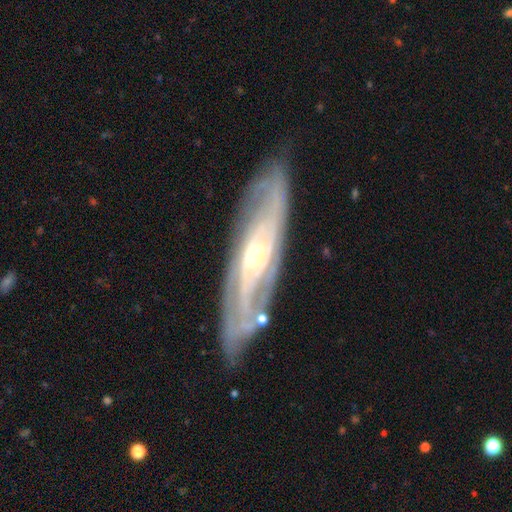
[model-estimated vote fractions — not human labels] A featured or disk galaxy (83%) with no bar (55%), tight (56%) spiral arms (92%) and a small central bulge (51%).

Vote fractions:
- Smooth or featured? featured or disk: 83% / smooth: 11% / star or artifact: 6%
- Edge-on disk? no: 74% / yes: 26%
- Bar? no: 55% / weak: 33% / strong: 12%
- Spiral arms? yes: 92% / no: 8%
- Spiral winding? tight: 56% / medium: 34% / loose: 11%
- Spiral arm count? can't tell: 38% / 2: 35% / 3: 12% / 4: 6% / more than 4: 4% / 1: 4%
- Bulge size? small: 51% / moderate: 44% / large: 3% / none: 1% / dominant: 1%
- Merging? none: 81% / minor disturbance: 13% / major disturbance: 4% / merger: 2%